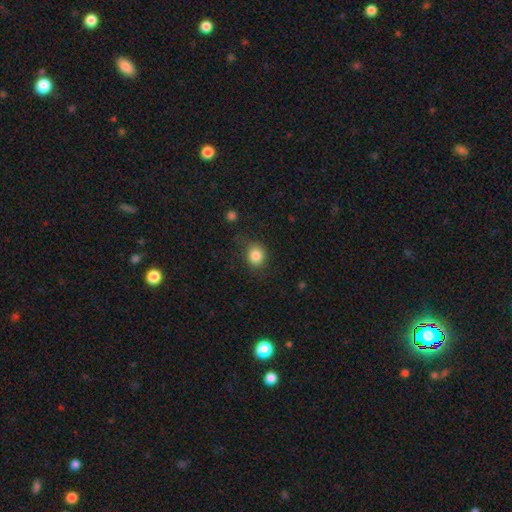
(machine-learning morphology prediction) type=smooth (84%); roundness=round (72%); merging=none (79%).